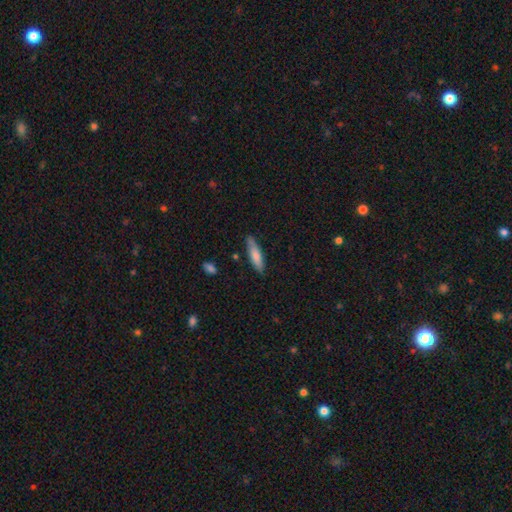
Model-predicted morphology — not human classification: A smooth galaxy with no disk features (76%) that is cigar-shaped (72%). Merging: none (82%).